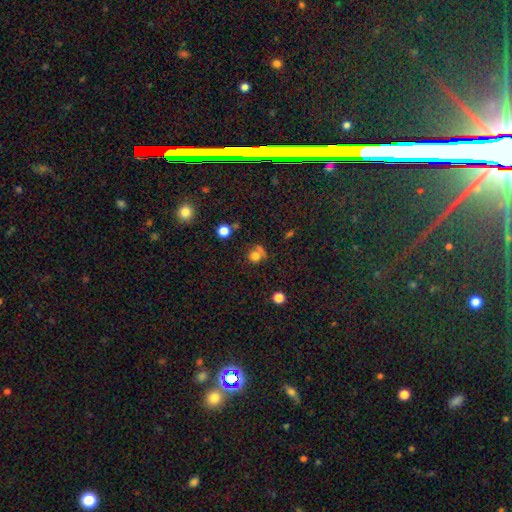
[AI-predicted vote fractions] The model was most divided on "merging": none: 51%, minor disturbance: 21%, merger: 14%, major disturbance: 14%. More confident: how rounded — round (81%); smooth or featured — smooth (72%).